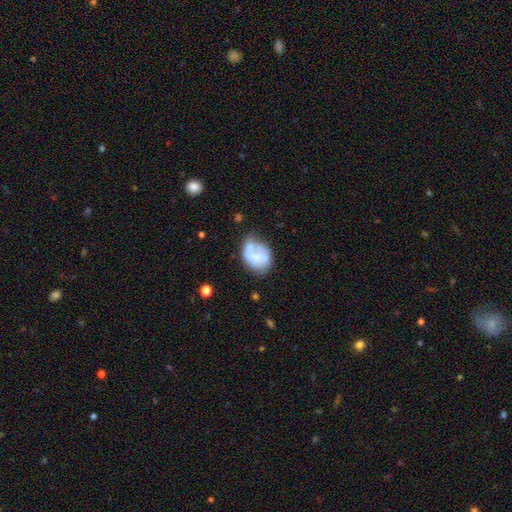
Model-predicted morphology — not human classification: Overall: smooth (48%; featured or disk 44%). Merging: none (36%; minor disturbance 28%).